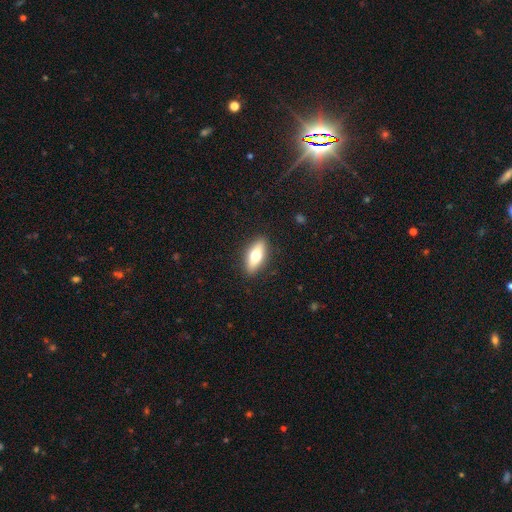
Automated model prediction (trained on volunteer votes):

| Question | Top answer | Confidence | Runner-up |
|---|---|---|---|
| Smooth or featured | smooth | 62% | featured or disk (31%) |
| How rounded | in between | 73% | cigar-shaped (23%) |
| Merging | none | 89% | minor disturbance (8%) |